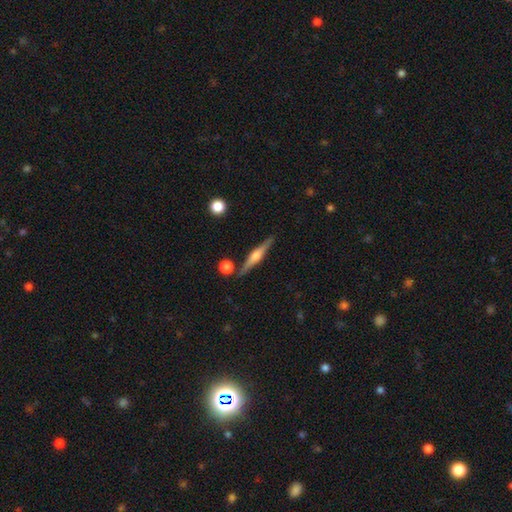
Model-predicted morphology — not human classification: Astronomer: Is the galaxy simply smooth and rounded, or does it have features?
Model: featured or disk — 75%.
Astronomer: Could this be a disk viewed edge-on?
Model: yes — 98%.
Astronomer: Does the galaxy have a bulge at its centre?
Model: rounded — 87%.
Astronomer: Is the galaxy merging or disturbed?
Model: none — 86%.